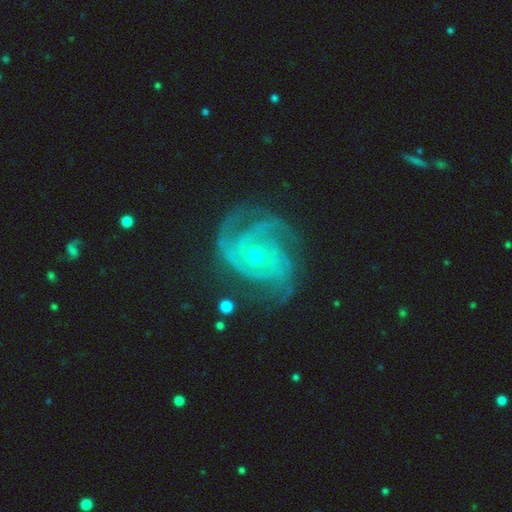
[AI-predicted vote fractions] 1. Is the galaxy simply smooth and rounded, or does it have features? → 91% featured or disk, 5% star or artifact, 4% smooth.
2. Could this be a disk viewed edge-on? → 98% no, 2% yes.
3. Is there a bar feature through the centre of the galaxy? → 75% no, 20% weak, 6% strong.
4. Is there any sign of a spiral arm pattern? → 98% yes, 2% no.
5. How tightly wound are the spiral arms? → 61% tight, 33% medium, 6% loose.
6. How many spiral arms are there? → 39% 3, 19% 4, 14% can't tell, 13% 2, 7% more than 4, 7% 1.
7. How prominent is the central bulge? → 56% small, 41% moderate, 1% large, 1% none, 1% dominant.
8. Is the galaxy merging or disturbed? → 68% none, 19% minor disturbance, 10% major disturbance, 2% merger.